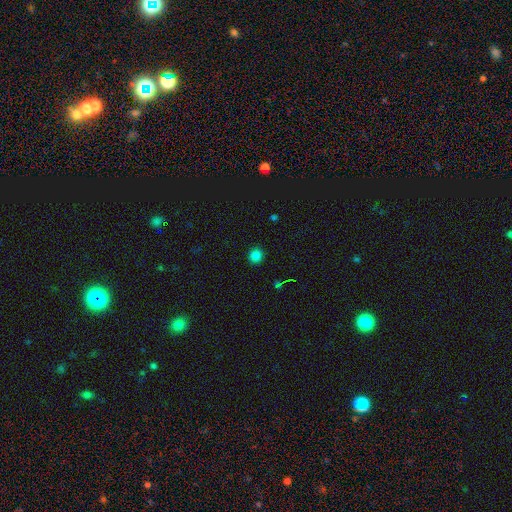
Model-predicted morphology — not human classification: Q: Smooth or featured?
A: smooth (82%); runner-up: star or artifact (15%)
Q: How rounded?
A: round (93%); runner-up: in between (6%)
Q: Merging?
A: none (92%); runner-up: minor disturbance (5%)